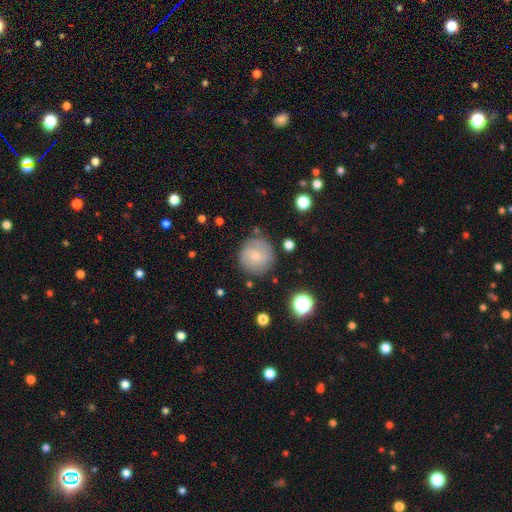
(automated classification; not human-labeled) A smooth galaxy with no disk features (56%) that is round (94%). Merging: none (79%).